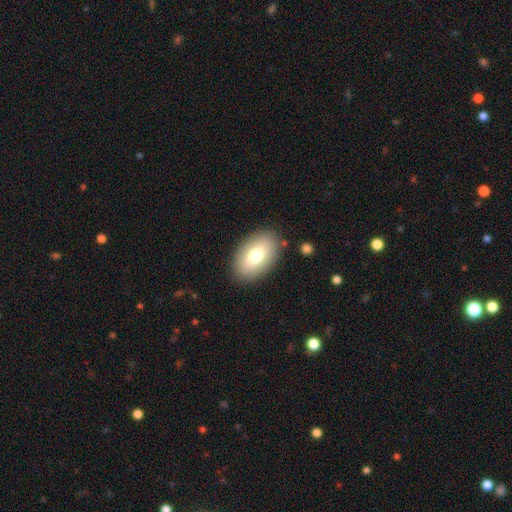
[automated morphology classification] smooth-or-featured: smooth: 75% | featured or disk: 18% | star or artifact: 8%
  how-rounded: in between: 92% | round: 7% | cigar-shaped: 1%
  merging: none: 87% | minor disturbance: 9% | major disturbance: 3% | merger: 2%